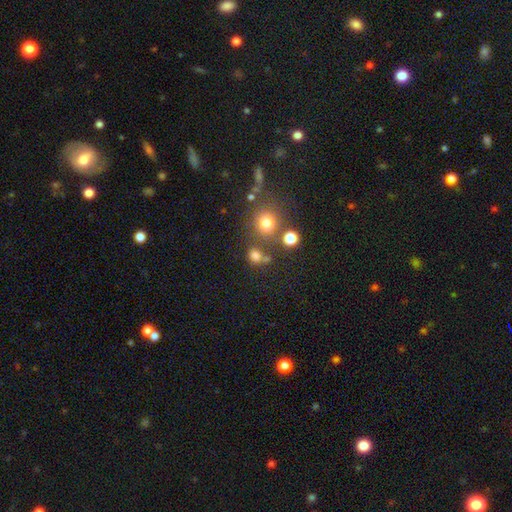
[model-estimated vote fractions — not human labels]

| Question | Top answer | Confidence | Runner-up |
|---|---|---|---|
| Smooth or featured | smooth | 74% | star or artifact (19%) |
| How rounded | round | 75% | in between (24%) |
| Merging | none | 63% | merger (20%) |